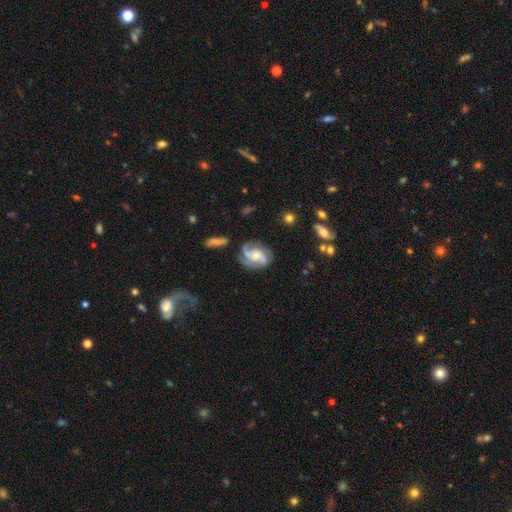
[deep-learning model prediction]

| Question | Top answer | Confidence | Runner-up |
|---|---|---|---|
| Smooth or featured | featured or disk | 81% | smooth (12%) |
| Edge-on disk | no | 98% | yes (2%) |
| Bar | no | 60% | weak (33%) |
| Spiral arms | yes | 95% | no (5%) |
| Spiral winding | medium | 48% | tight (31%) |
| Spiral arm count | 3 | 40% | 2 (34%) |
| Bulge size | moderate | 50% | small (35%) |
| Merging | none | 65% | minor disturbance (20%) |